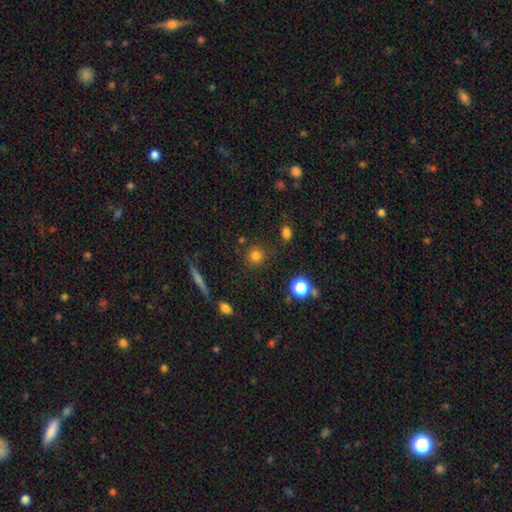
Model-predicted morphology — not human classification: Smooth or featured? Predicted: smooth (p=0.79). How rounded? Predicted: round (p=0.91). Merging? Predicted: none (p=0.84).